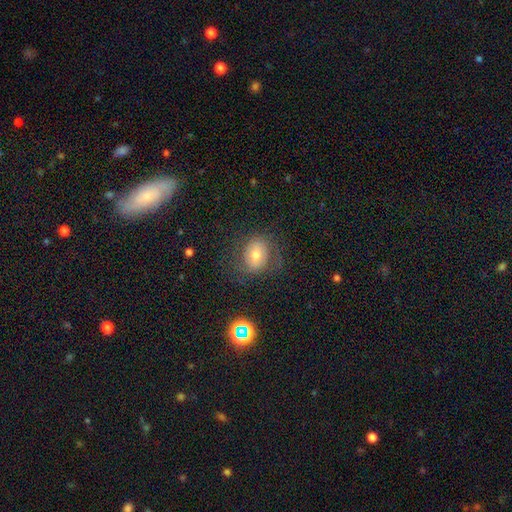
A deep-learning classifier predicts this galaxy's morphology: smooth 53%, featured or disk 32%, star or artifact 15%. Down the decision tree: how rounded — in between (51%); merging — none (68%).